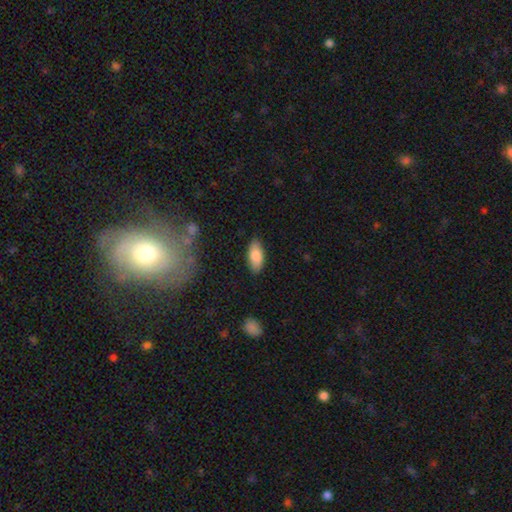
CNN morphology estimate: type=smooth (84%); roundness=in between (90%); merging=none (85%).